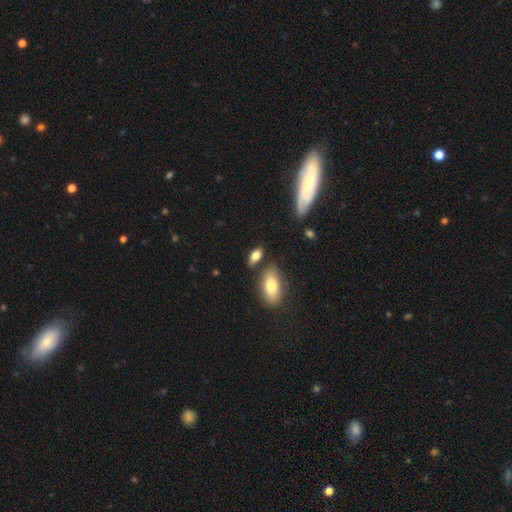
A smooth galaxy with no disk features (83%) that is in between round and cigar-shaped (91%). Merging: none (68%).